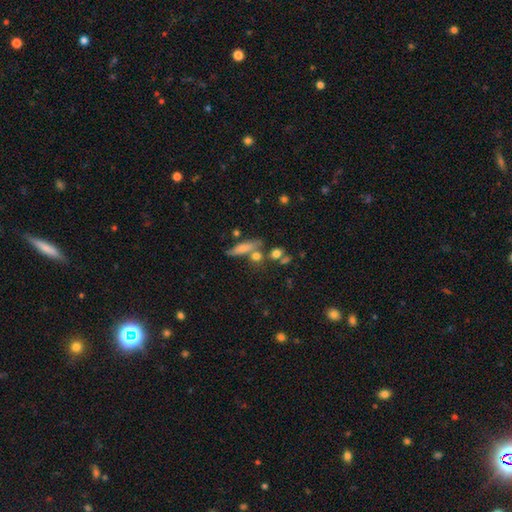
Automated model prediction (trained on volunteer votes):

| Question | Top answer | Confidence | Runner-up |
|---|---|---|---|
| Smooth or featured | smooth | 47% | featured or disk (32%) |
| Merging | none | 63% | merger (18%) |